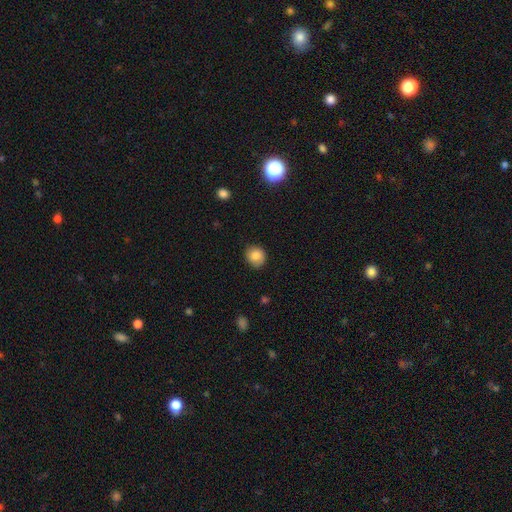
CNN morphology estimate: Smooth or featured? Predicted: smooth (p=0.85). How rounded? Predicted: round (p=0.82). Merging? Predicted: none (p=0.85).